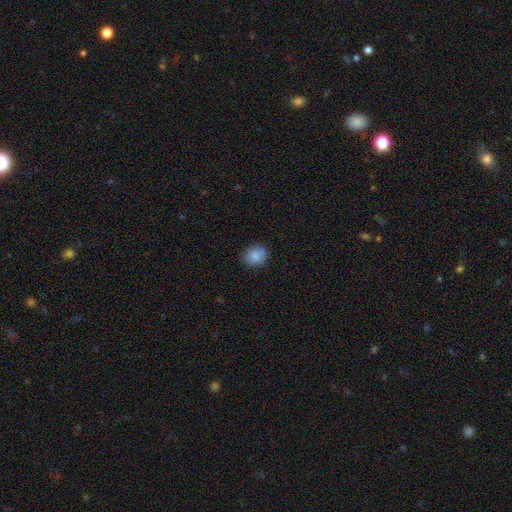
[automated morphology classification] Smooth or featured?
  - smooth: 85% *
  - star or artifact: 9%
  - featured or disk: 6%
How rounded?
  - round: 71% *
  - in between: 28%
  - cigar-shaped: 1%
Merging?
  - none: 81% *
  - minor disturbance: 14%
  - major disturbance: 3%
  - merger: 2%